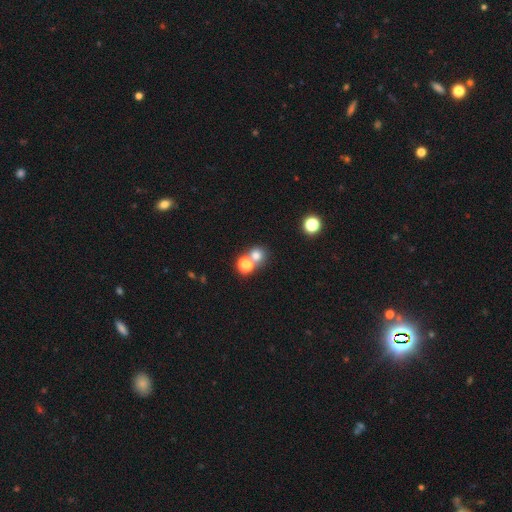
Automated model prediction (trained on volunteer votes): This is likely a smooth galaxy (73%). How rounded: clearly round (86%). Merging: possibly none (51%).